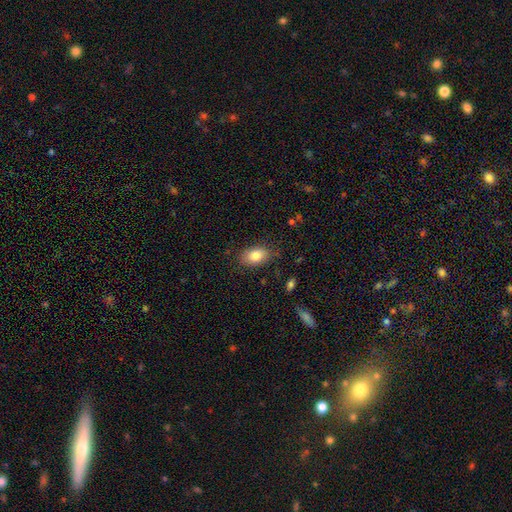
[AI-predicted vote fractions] This appears to be a smooth galaxy with no disk features (82%) that is in between round and cigar-shaped (89%). Merging: none (82%).